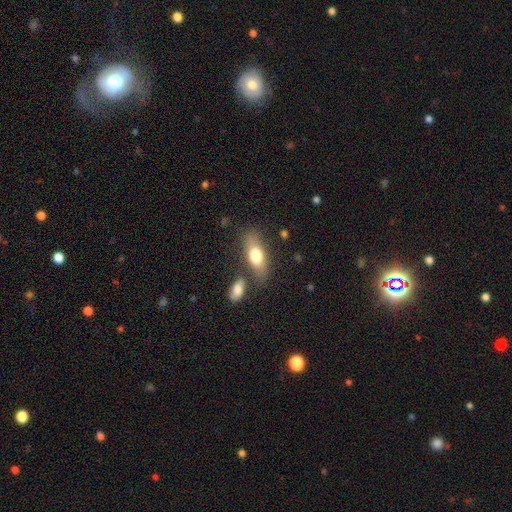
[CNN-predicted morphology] type=smooth (71%); roundness=in between (74%); merging=none (68%).